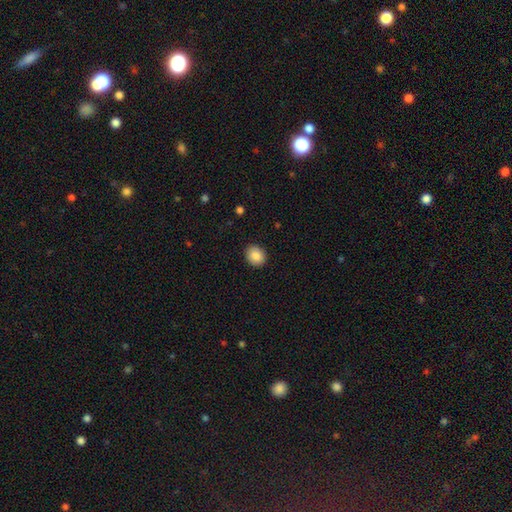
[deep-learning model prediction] Q: Smooth or featured?
A: smooth (88%); runner-up: star or artifact (8%)
Q: How rounded?
A: round (62%); runner-up: in between (37%)
Q: Merging?
A: none (90%); runner-up: minor disturbance (7%)